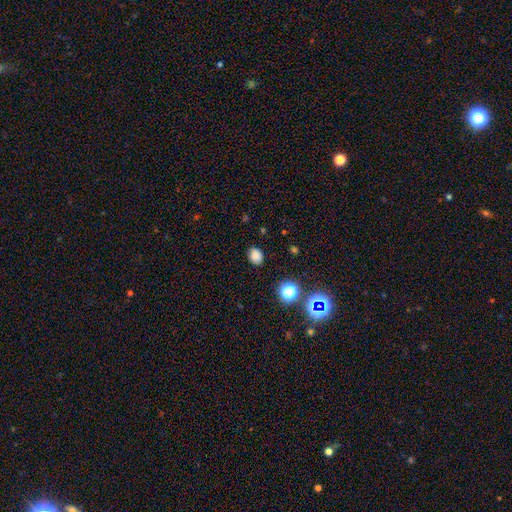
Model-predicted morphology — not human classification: Smooth or featured? Predicted: smooth (p=0.81). How rounded? Predicted: in between (p=0.50). Merging? Predicted: none (p=0.85).